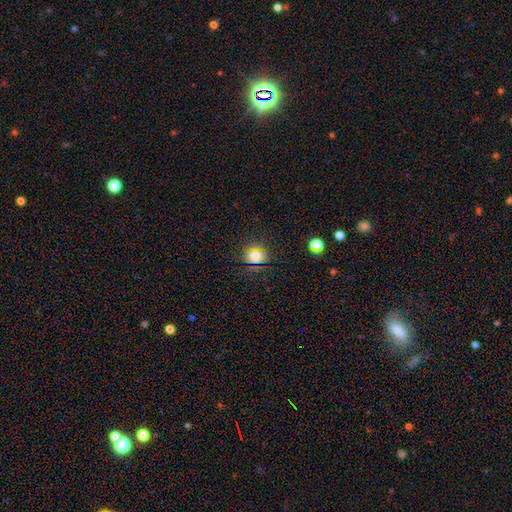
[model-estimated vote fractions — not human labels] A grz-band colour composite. It shows a smooth galaxy with no disk features (67%) that is round (87%). Merging: none (85%).